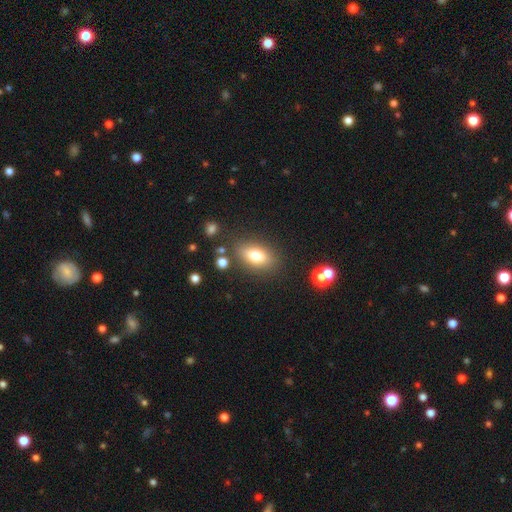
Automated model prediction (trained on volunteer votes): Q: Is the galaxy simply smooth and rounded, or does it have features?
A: smooth — 76%.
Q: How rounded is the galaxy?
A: in between — 84%.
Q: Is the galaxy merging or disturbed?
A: none — 82%.